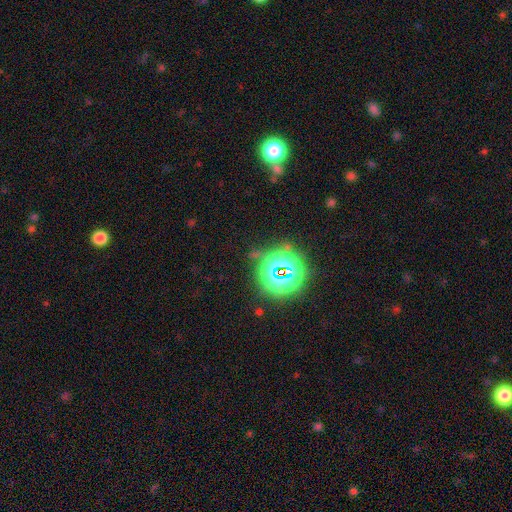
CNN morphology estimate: smooth-or-featured: star or artifact: 71% | smooth: 19% | featured or disk: 9%